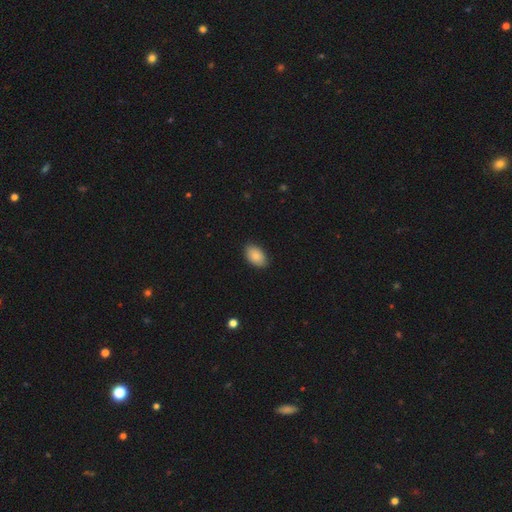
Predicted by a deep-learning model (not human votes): Morphology: type=smooth (88%); roundness=in between (92%); merging=none (86%).